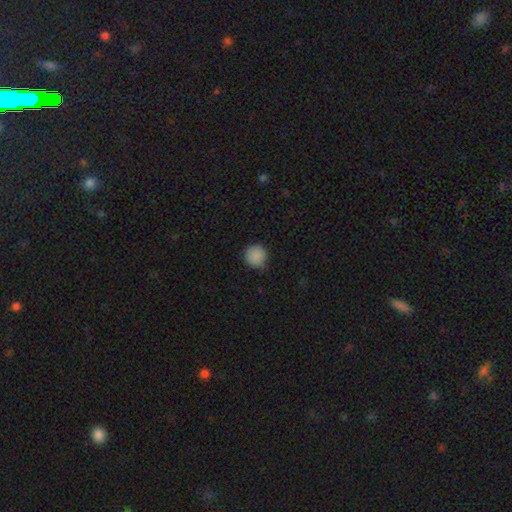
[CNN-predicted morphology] A smooth galaxy with no disk features (87%) that is round (94%).

Vote fractions:
- Smooth or featured? smooth: 87% / star or artifact: 9% / featured or disk: 4%
- How rounded? round: 94% / in between: 5% / cigar-shaped: 1%
- Merging? none: 83% / minor disturbance: 14% / major disturbance: 2% / merger: 1%